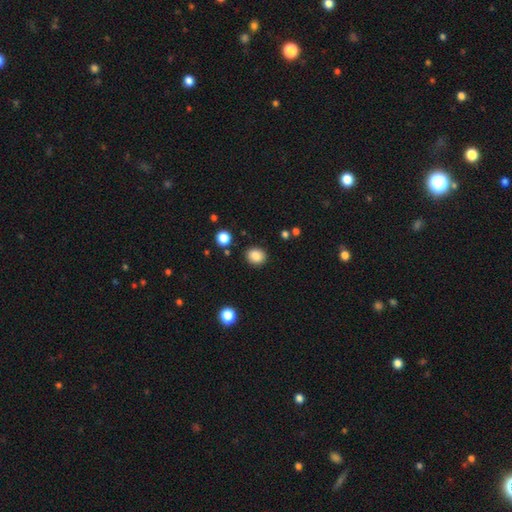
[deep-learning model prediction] This is clearly a smooth galaxy (86%). How rounded: likely round (62%). Merging: clearly none (87%).